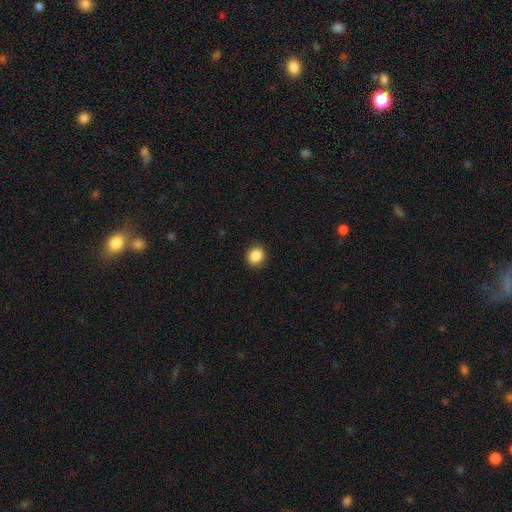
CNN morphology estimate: The model was most divided on "how rounded": round: 78%, in between: 21%, cigar-shaped: 1%. More confident: merging — none (90%); smooth or featured — smooth (88%).